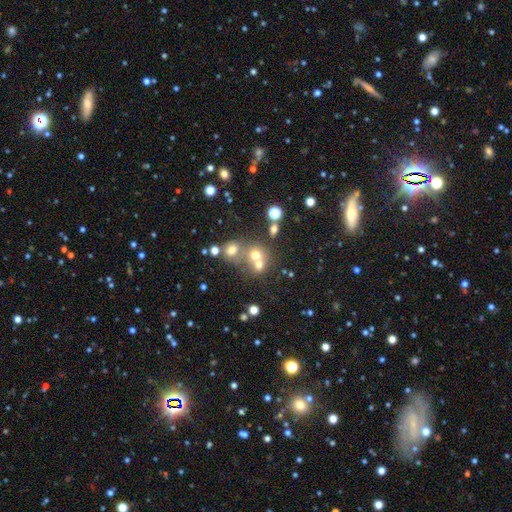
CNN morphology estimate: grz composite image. It shows a smooth galaxy with no disk features (61%) that is round (77%). Merging: merger (46%).